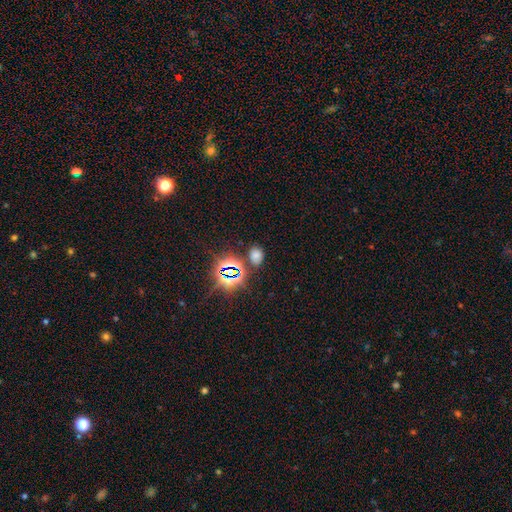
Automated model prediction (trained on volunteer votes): This is possibly a smooth galaxy (56%). How rounded: likely in between (65%). Merging: likely none (78%).